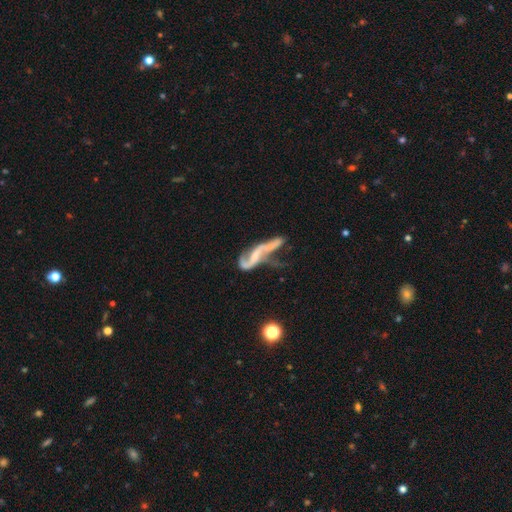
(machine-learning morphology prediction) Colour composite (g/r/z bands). It shows a featured or disk galaxy (77%) with no bar (47%), 2 (82%) loose (80%) spiral arms (79%) and no central bulge (47%). Merging: major disturbance (36%).